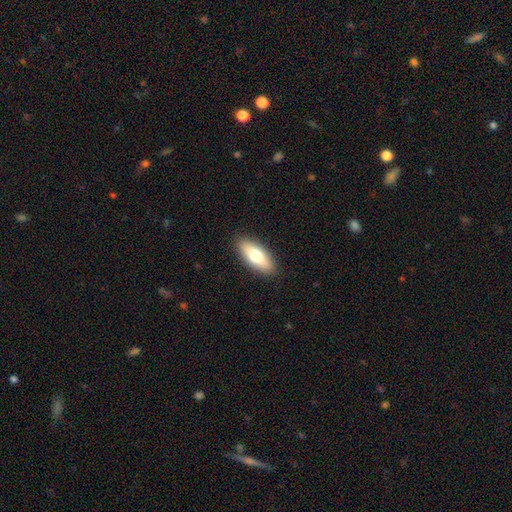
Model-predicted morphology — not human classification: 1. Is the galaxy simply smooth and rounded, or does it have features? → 72% smooth, 22% featured or disk, 6% star or artifact.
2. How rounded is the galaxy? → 77% in between, 20% cigar-shaped, 2% round.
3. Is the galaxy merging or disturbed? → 89% none, 8% minor disturbance, 2% major disturbance, 1% merger.